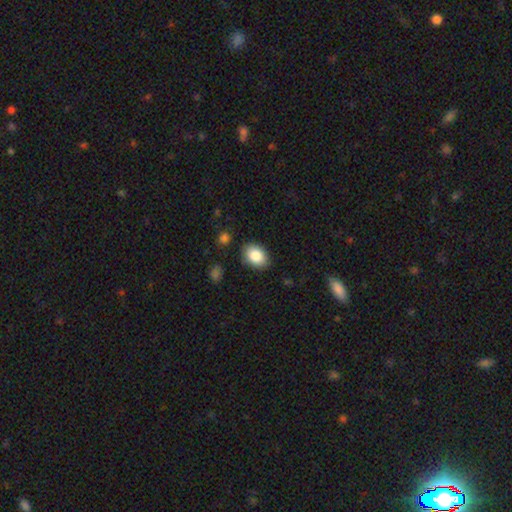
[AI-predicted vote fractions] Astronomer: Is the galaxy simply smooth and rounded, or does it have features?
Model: smooth — 86%.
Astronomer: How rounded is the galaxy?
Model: in between — 77%.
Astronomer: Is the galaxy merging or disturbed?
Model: none — 85%.